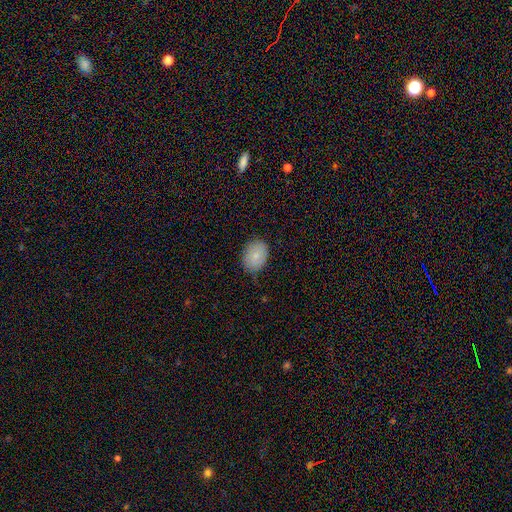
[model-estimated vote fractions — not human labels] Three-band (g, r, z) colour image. It shows a smooth galaxy with no disk features (83%) that is in between round and cigar-shaped (72%). Merging: none (76%).